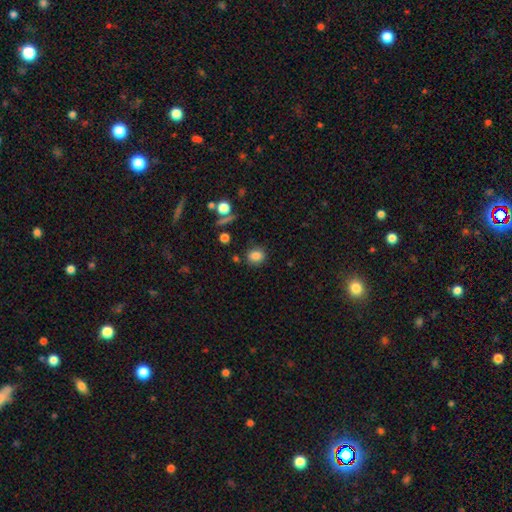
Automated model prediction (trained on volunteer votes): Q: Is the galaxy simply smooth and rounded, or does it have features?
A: smooth — 82%.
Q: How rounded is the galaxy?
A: round — 62%.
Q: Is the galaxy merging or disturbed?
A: none — 82%.